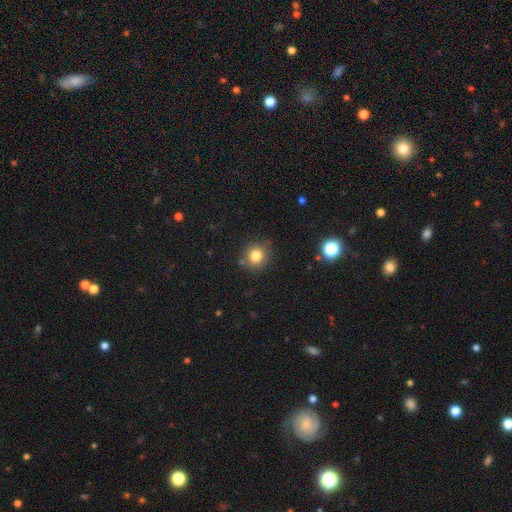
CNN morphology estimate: Smooth or featured? Predicted: smooth (p=0.80). How rounded? Predicted: round (p=0.81). Merging? Predicted: none (p=0.83).